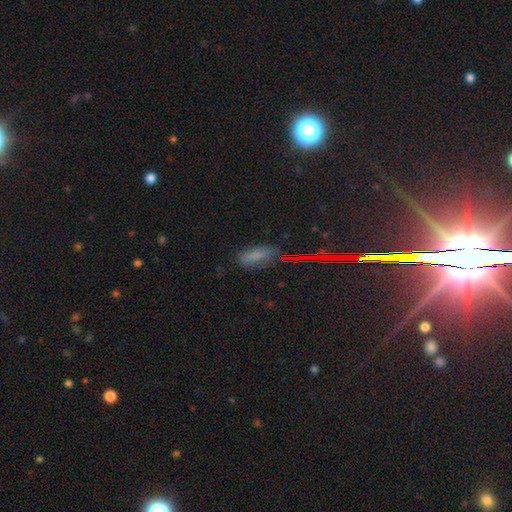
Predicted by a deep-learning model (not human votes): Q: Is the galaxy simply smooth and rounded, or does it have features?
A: smooth — 67%.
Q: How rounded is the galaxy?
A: in between — 77%.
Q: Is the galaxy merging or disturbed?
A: none — 73%.